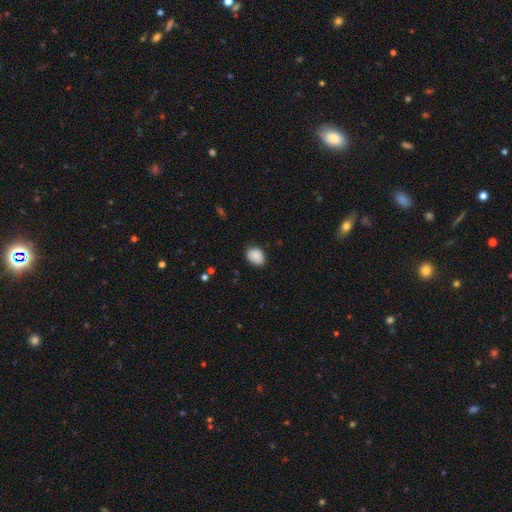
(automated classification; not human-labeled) A smooth galaxy with no disk features (87%) that is in between round and cigar-shaped (61%). Merging: none (77%).